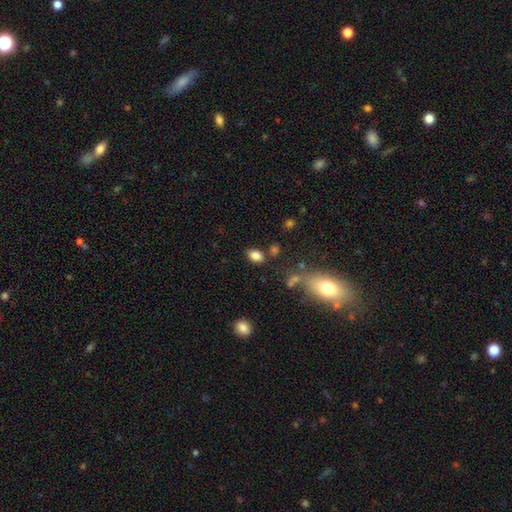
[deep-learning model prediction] Overall: smooth (84%). How rounded: in between (83%). Merging: none (76%).